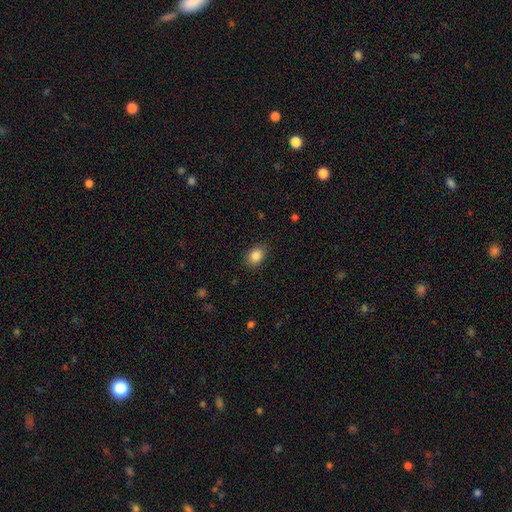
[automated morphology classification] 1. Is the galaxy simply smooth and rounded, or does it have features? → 86% smooth, 9% star or artifact, 5% featured or disk.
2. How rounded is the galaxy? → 73% in between, 26% round, 1% cigar-shaped.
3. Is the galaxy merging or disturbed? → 87% none, 10% minor disturbance, 3% major disturbance, 1% merger.